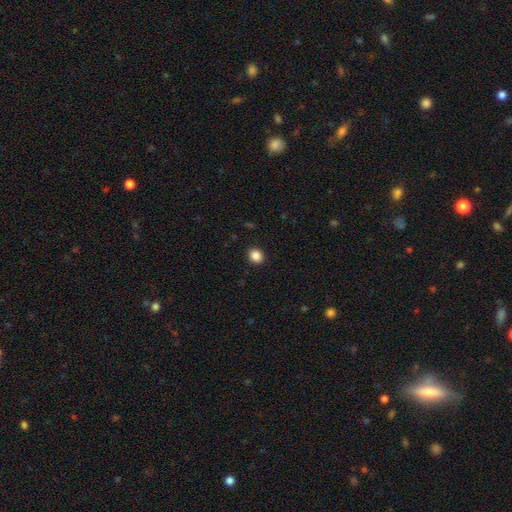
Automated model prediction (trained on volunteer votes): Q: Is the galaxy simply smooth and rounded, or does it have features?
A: smooth — 87%.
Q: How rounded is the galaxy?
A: round — 65%.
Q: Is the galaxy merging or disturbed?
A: none — 91%.